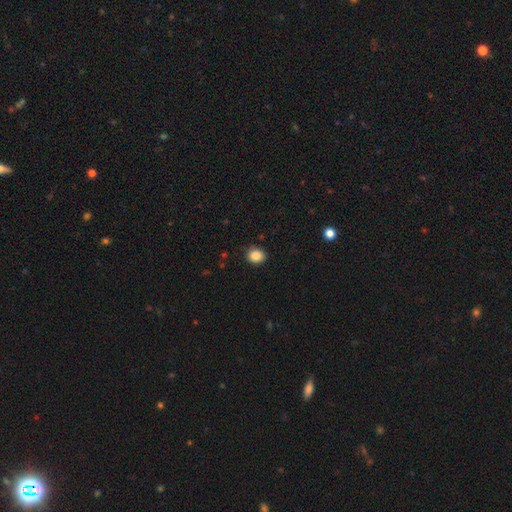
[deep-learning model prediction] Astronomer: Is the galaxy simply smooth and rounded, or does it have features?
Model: smooth — 87%.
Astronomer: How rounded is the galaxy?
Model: round — 70%.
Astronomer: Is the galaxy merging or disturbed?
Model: none — 86%.